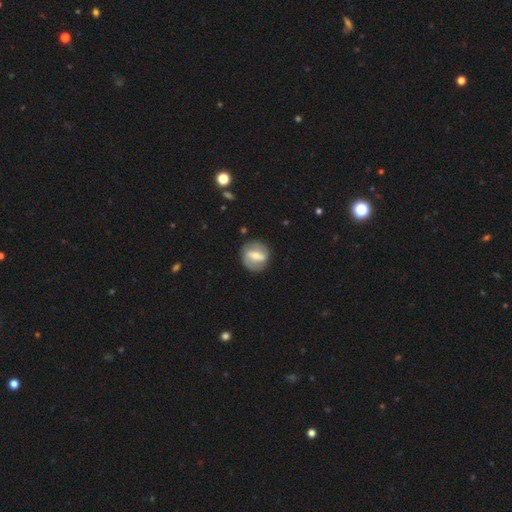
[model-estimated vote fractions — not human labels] Smooth or featured?
  - featured or disk: 66% *
  - smooth: 29%
  - star or artifact: 6%
Edge-on disk?
  - no: 96% *
  - yes: 4%
Bar?
  - strong: 48% *
  - weak: 37%
  - no: 15%
Spiral arms?
  - yes: 73% *
  - no: 27%
Bulge size?
  - moderate: 50% *
  - small: 42%
  - large: 4%
  - none: 3%
  - dominant: 1%
Merging?
  - none: 82% *
  - minor disturbance: 12%
  - major disturbance: 4%
  - merger: 2%